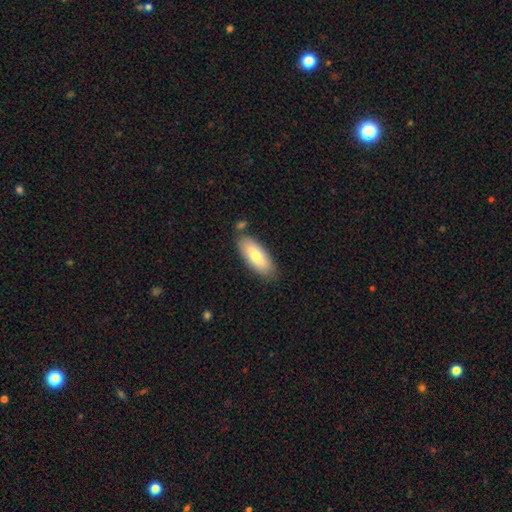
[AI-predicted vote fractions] A smooth galaxy with no disk features (74%) that is in between round and cigar-shaped (77%).

Vote fractions:
- Smooth or featured? smooth: 74% / featured or disk: 20% / star or artifact: 6%
- How rounded? in between: 77% / cigar-shaped: 21% / round: 2%
- Merging? none: 80% / minor disturbance: 12% / merger: 5% / major disturbance: 2%